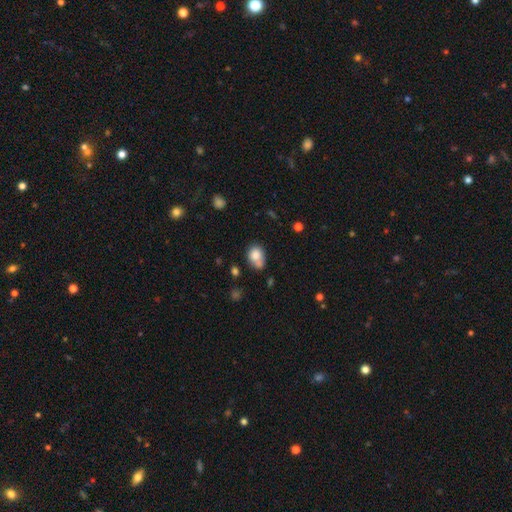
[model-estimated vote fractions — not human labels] A smooth galaxy with no disk features (79%) that is in between round and cigar-shaped (55%). Merging: none (42%).